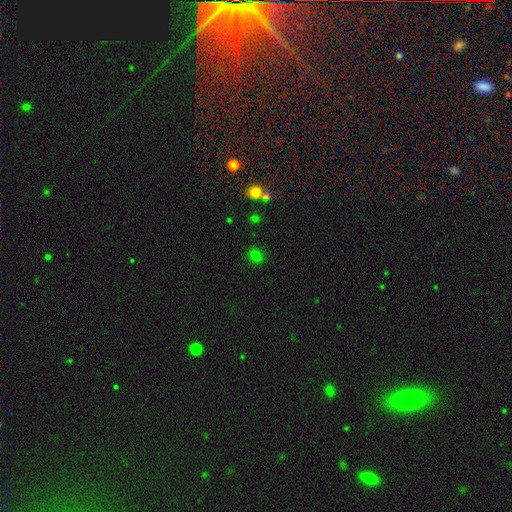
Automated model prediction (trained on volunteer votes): The model was most divided on "how rounded": round: 64%, in between: 34%, cigar-shaped: 1%. More confident: merging — none (87%); smooth or featured — smooth (74%).